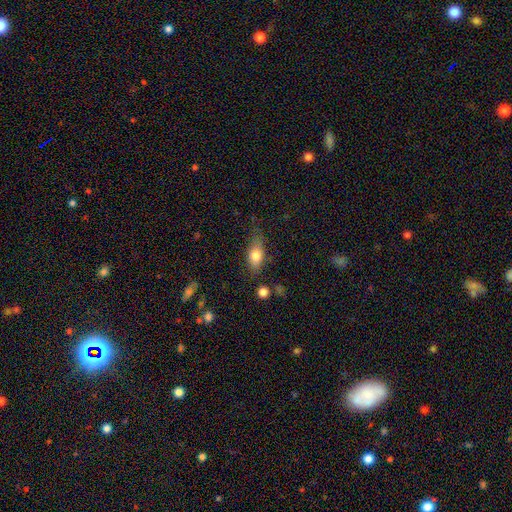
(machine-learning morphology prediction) Smooth or featured: smooth — 77% (featured or disk — 15%)
How rounded: in between — 80% (cigar-shaped — 12%)
Merging: none — 63% (minor disturbance — 26%)